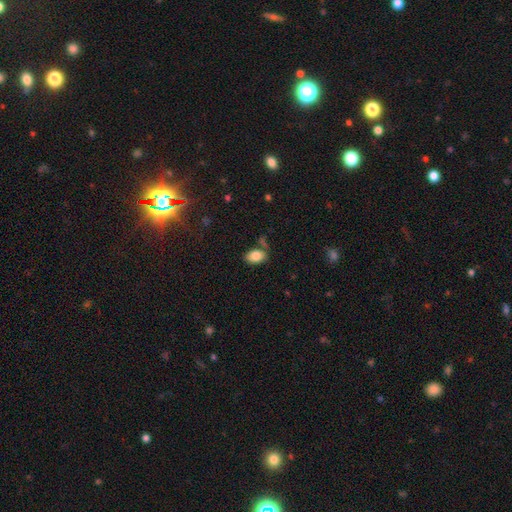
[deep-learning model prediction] smooth-or-featured: smooth: 85% | star or artifact: 8% | featured or disk: 7%
  how-rounded: in between: 90% | round: 9% | cigar-shaped: 1%
  merging: none: 72% | minor disturbance: 15% | merger: 9% | major disturbance: 4%